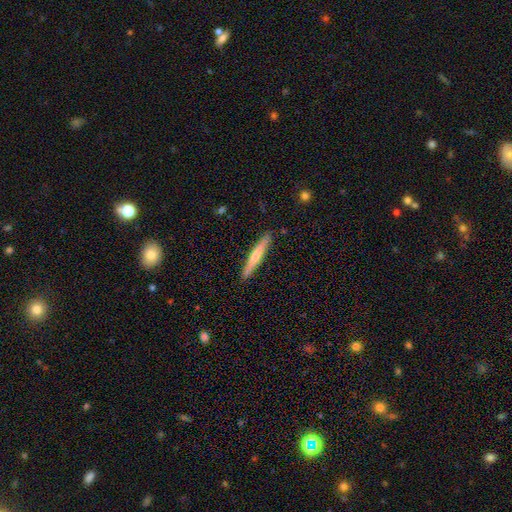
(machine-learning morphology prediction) This appears to be a smooth galaxy with no disk features (56%) that is cigar-shaped (95%). Merging: none (89%).